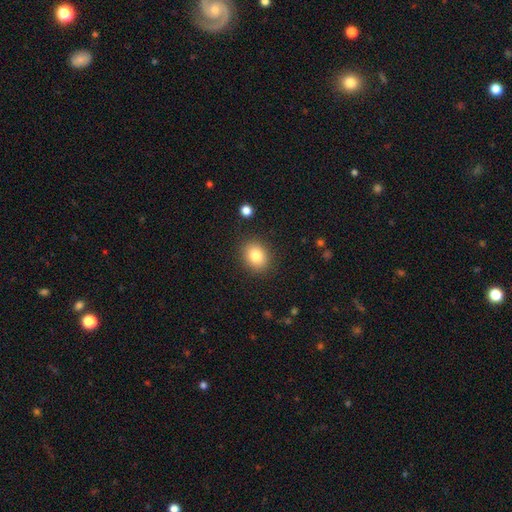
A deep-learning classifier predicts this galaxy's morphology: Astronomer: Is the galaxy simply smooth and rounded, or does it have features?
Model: smooth — 82%.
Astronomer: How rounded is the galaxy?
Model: round — 57% (runner-up: in between, 42%).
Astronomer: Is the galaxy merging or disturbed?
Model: none — 88%.